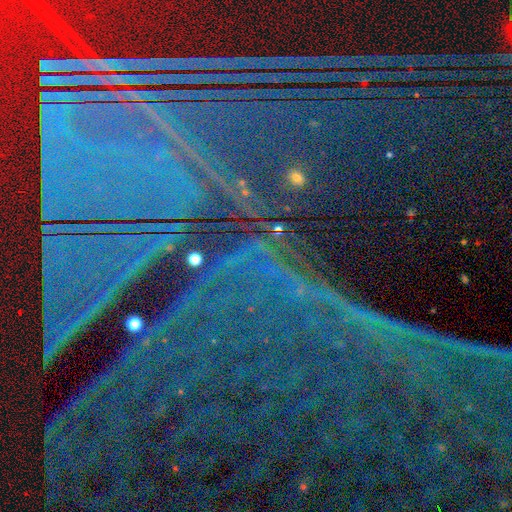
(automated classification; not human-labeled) This is clearly a star or artifact rather than a galaxy (88%).